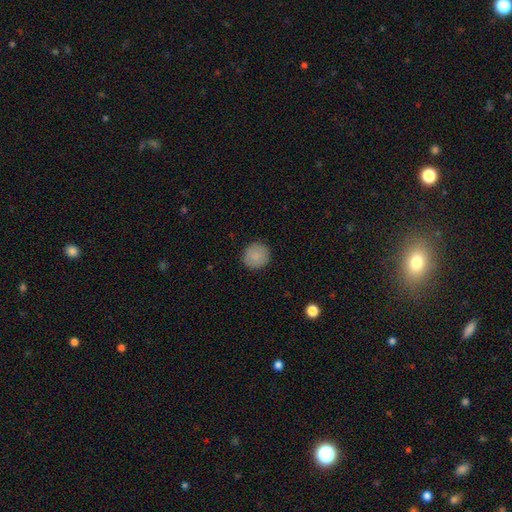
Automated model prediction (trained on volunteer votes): This is clearly a smooth galaxy (88%). How rounded: clearly round (93%). Merging: clearly none (91%).